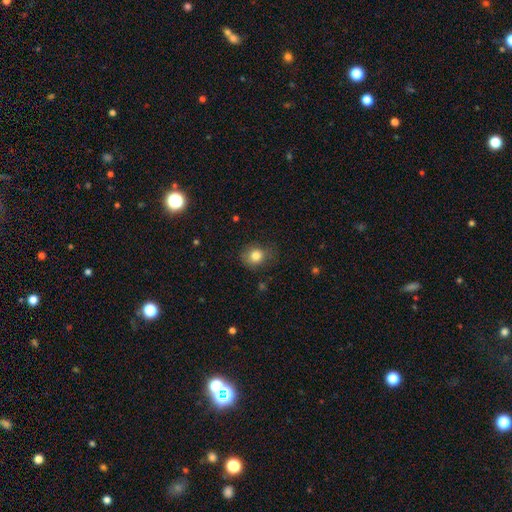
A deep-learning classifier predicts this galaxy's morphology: smooth-or-featured: smooth: 82% | star or artifact: 11% | featured or disk: 8%
  how-rounded: round: 69% | in between: 30% | cigar-shaped: 1%
  merging: none: 71% | minor disturbance: 21% | major disturbance: 6% | merger: 1%